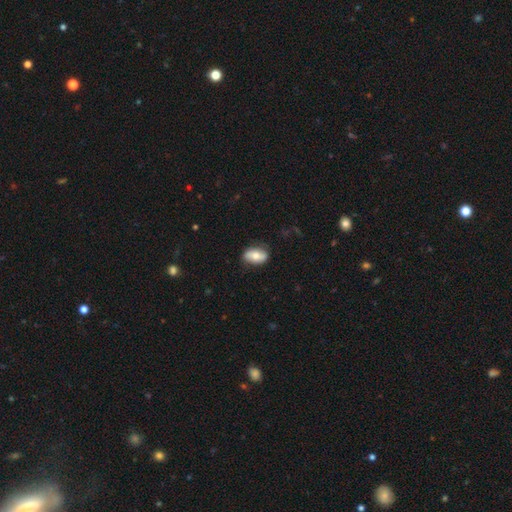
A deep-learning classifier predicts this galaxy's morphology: Smooth or featured? Predicted: smooth (p=0.61). How rounded? Predicted: in between (p=0.88). Merging? Predicted: none (p=0.79).